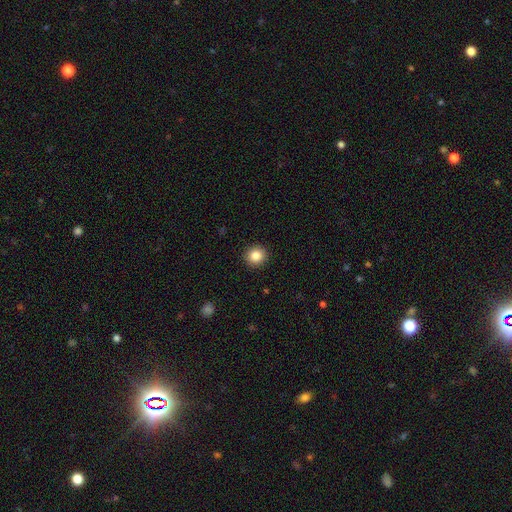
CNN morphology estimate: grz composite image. It shows a smooth galaxy with no disk features (85%) that is round (91%). Merging: none (92%).